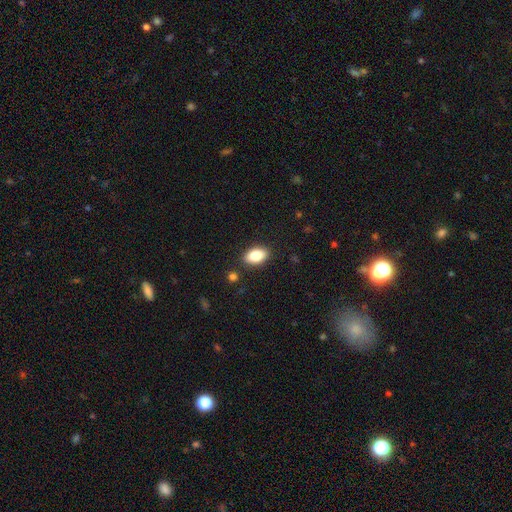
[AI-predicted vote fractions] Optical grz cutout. It shows a smooth galaxy with no disk features (83%) that is in between round and cigar-shaped (91%). Merging: none (88%).